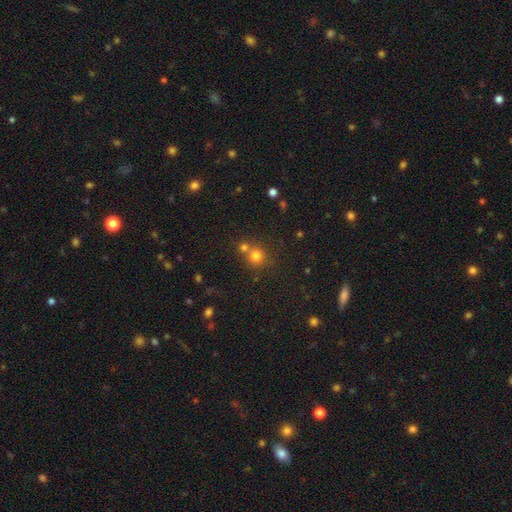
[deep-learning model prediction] Q: Smooth or featured?
A: smooth (75%); runner-up: star or artifact (17%)
Q: How rounded?
A: round (90%); runner-up: in between (9%)
Q: Merging?
A: none (56%); runner-up: merger (35%)